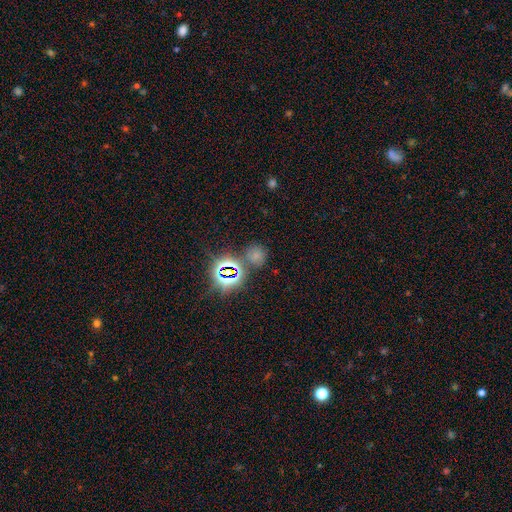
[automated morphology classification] smooth 50%, star or artifact 42%, featured or disk 8%. Down the decision tree: how rounded — round (85%); merging — none (76%).